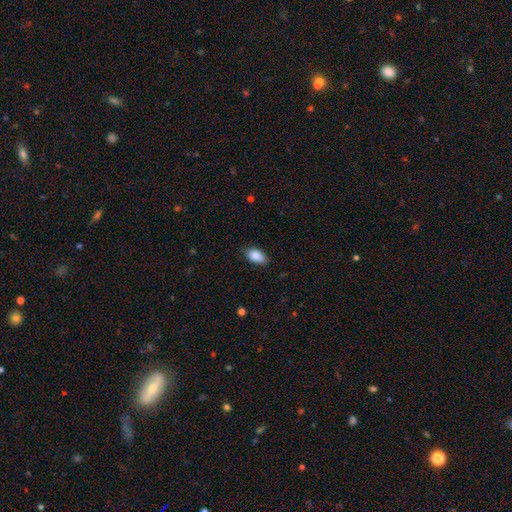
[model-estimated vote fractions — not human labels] Smooth or featured? Predicted: smooth (p=0.88). How rounded? Predicted: in between (p=0.92). Merging? Predicted: none (p=0.81).